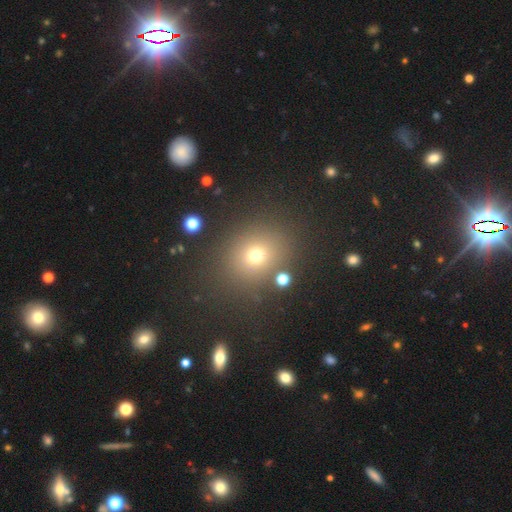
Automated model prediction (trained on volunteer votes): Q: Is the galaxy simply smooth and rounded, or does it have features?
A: smooth — 69%.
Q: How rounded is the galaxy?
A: round — 70%.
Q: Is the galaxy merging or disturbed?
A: none — 83%.